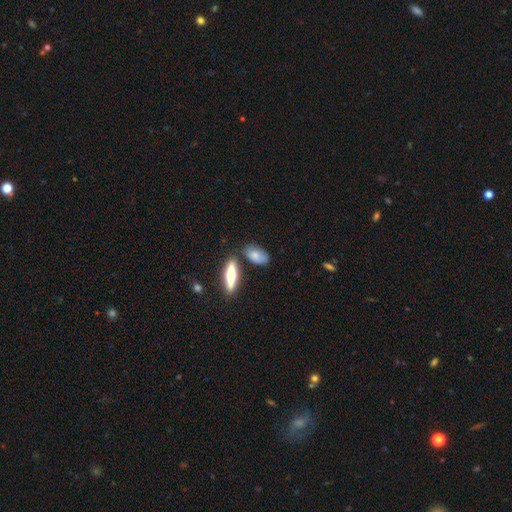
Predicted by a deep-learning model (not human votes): The model was most divided on "merging": none: 67%, minor disturbance: 18%, merger: 10%, major disturbance: 5%. More confident: how rounded — in between (82%); smooth or featured — smooth (75%).